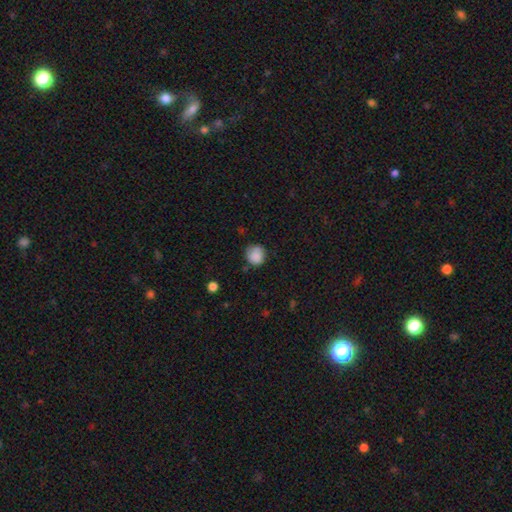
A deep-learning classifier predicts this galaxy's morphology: Smooth or featured?
  - smooth: 86% *
  - star or artifact: 9%
  - featured or disk: 5%
How rounded?
  - round: 86% *
  - in between: 13%
  - cigar-shaped: 1%
Merging?
  - none: 71% *
  - minor disturbance: 22%
  - major disturbance: 5%
  - merger: 2%